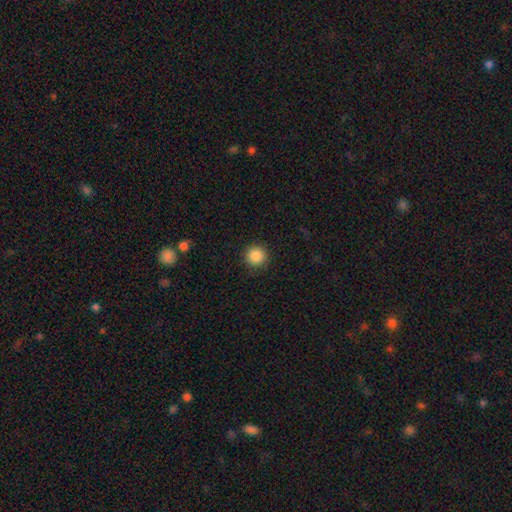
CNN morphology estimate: A smooth galaxy with no disk features (87%) that is round (95%). Merging: none (91%).